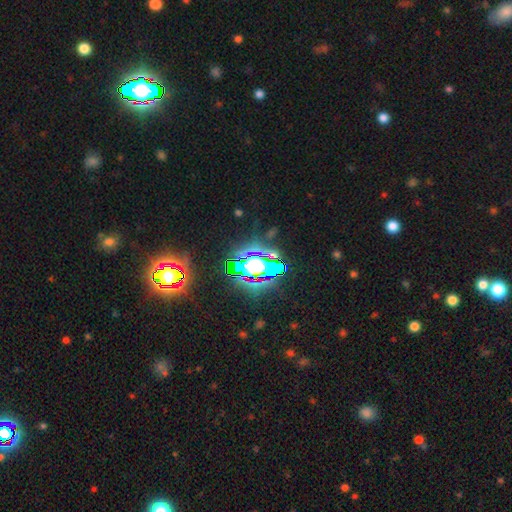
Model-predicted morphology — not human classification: Smooth or featured? Predicted: star or artifact (p=0.57).